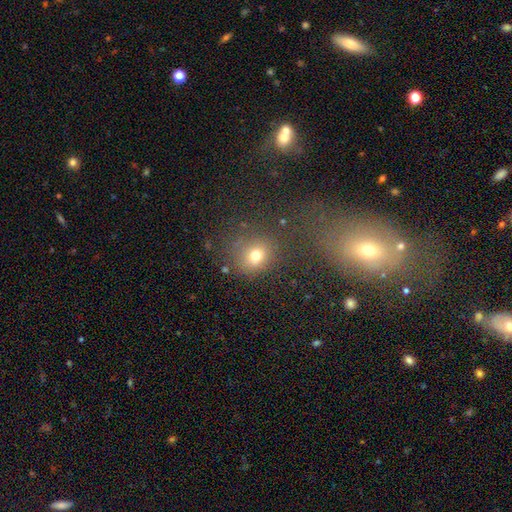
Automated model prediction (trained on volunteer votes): The model was most divided on "how rounded": round: 70%, in between: 28%, cigar-shaped: 2%. More confident: smooth or featured — smooth (70%); merging — none (68%).